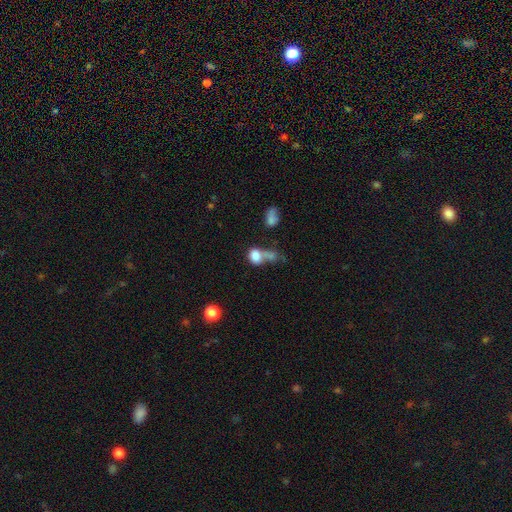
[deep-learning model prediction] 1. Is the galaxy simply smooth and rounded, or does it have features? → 77% smooth, 11% star or artifact, 11% featured or disk.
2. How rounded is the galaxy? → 58% in between, 40% round, 2% cigar-shaped.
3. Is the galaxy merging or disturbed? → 46% merger, 26% none, 15% major disturbance, 13% minor disturbance.